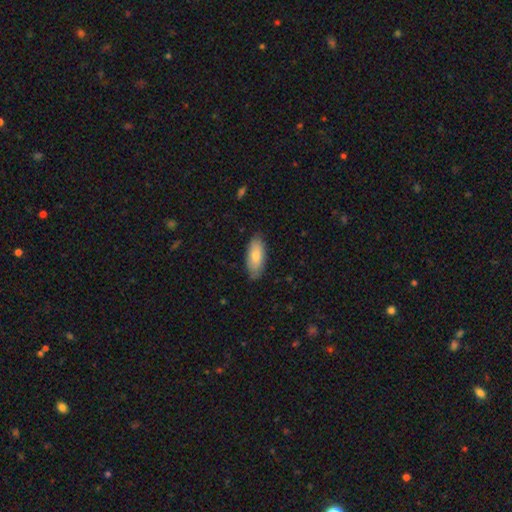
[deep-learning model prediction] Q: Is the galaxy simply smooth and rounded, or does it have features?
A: smooth — 77%.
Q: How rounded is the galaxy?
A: in between — 87%.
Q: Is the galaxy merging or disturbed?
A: none — 81%.